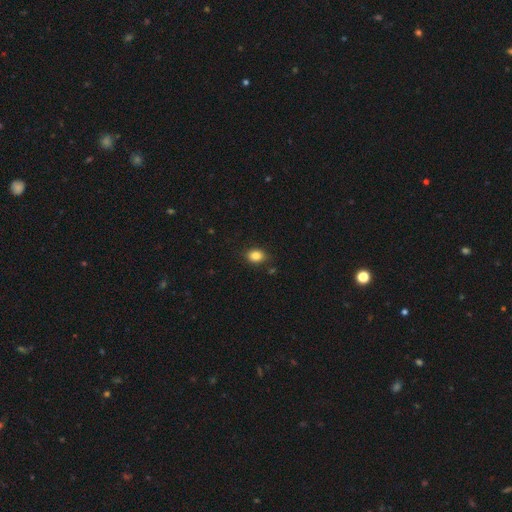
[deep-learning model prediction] Smooth or featured? Predicted: smooth (p=0.85). How rounded? Predicted: in between (p=0.60). Merging? Predicted: none (p=0.85).